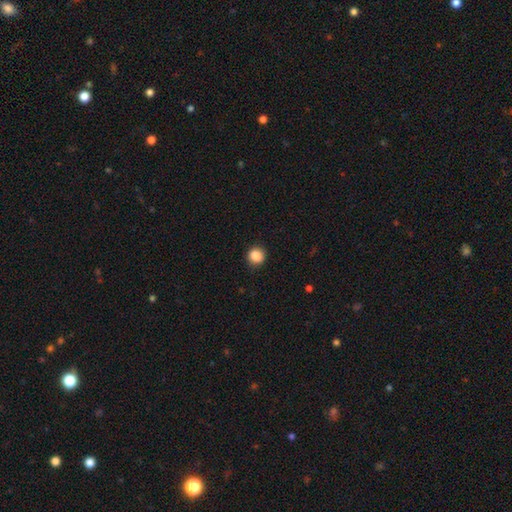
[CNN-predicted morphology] The model was most divided on "how rounded": round: 84%, in between: 15%, cigar-shaped: 1%. More confident: smooth or featured — smooth (87%); merging — none (86%).